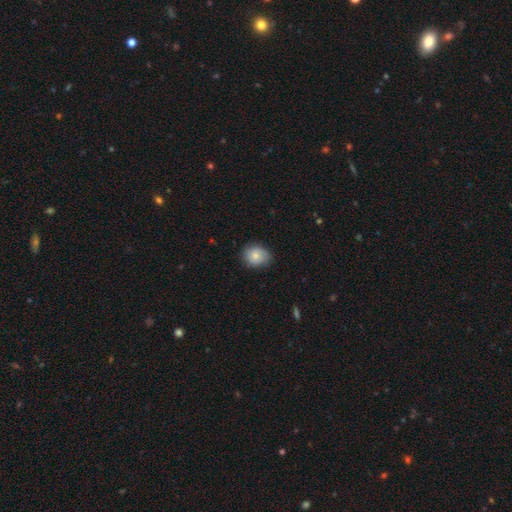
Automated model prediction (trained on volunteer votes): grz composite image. It shows a smooth galaxy with no disk features (77%) that is round (62%). Merging: none (78%).